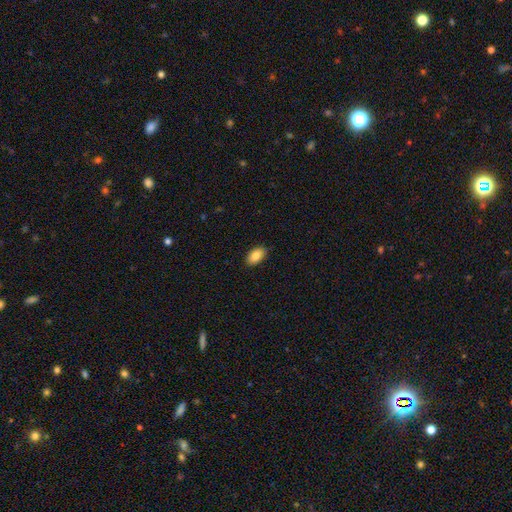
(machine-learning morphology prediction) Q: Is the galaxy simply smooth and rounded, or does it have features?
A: smooth — 86%.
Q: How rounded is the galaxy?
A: in between — 93%.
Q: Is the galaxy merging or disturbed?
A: none — 88%.